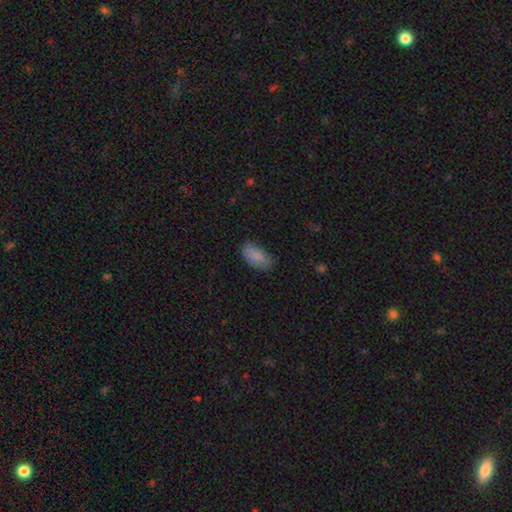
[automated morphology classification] Smooth or featured: smooth — 86% (star or artifact — 7%)
How rounded: in between — 93% (cigar-shaped — 5%)
Merging: none — 74% (minor disturbance — 21%)